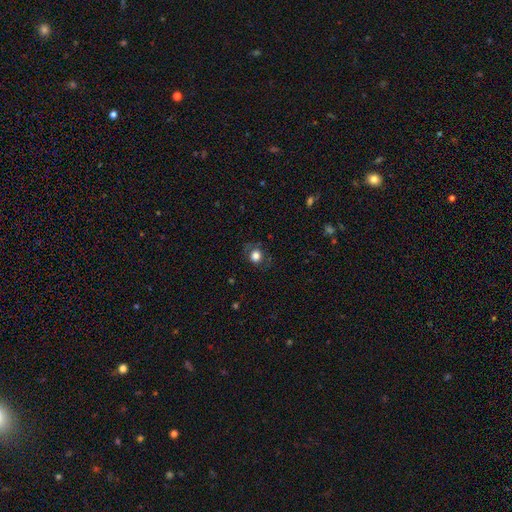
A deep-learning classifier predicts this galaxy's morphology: The model was most divided on "how rounded": round: 75%, in between: 24%, cigar-shaped: 1%. More confident: merging — none (76%); smooth or featured — smooth (75%).